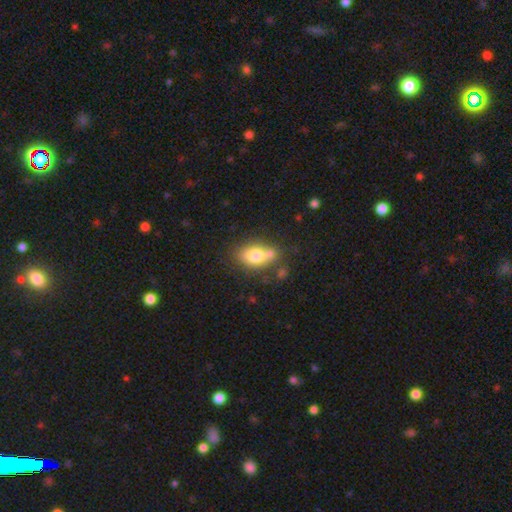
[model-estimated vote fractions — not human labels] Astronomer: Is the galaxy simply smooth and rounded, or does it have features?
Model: smooth — 75%.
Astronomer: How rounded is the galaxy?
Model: in between — 76%.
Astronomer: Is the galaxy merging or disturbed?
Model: none — 54%.